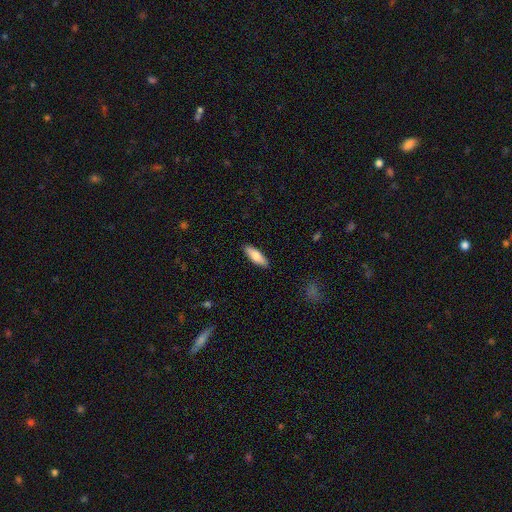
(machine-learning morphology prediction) Smooth or featured? smooth (78%)
How rounded? in between (55%)
Merging? none (89%)